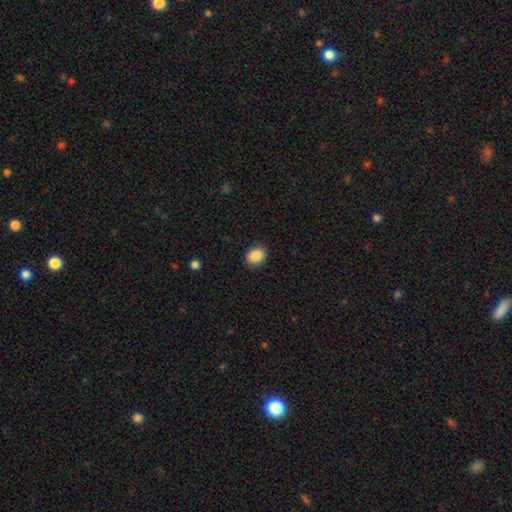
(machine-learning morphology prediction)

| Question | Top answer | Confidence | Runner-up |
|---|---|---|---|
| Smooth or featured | smooth | 89% | star or artifact (8%) |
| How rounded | round | 53% | in between (46%) |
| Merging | none | 89% | minor disturbance (8%) |